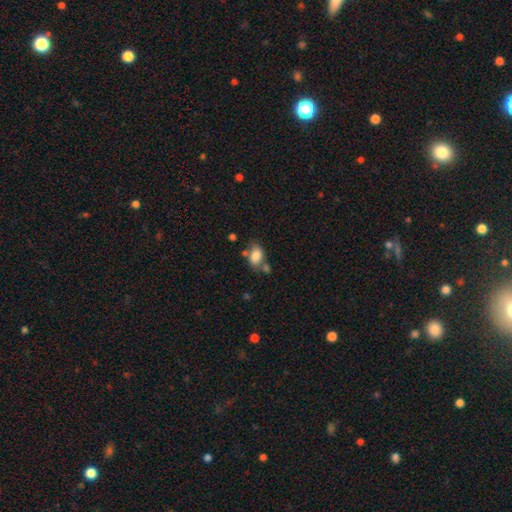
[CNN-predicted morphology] A smooth galaxy with no disk features (80%) that is in between round and cigar-shaped (84%).

Vote fractions:
- Smooth or featured? smooth: 80% / featured or disk: 12% / star or artifact: 8%
- How rounded? in between: 84% / round: 14% / cigar-shaped: 2%
- Merging? none: 52% / merger: 21% / minor disturbance: 20% / major disturbance: 7%